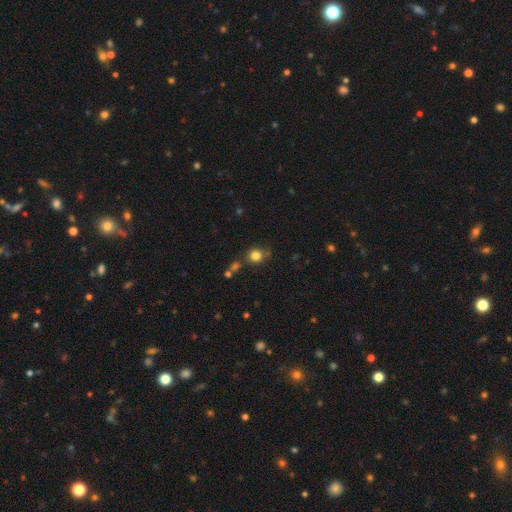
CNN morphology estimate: Overall: smooth (82%). How rounded: round (86%). Merging: none (76%).